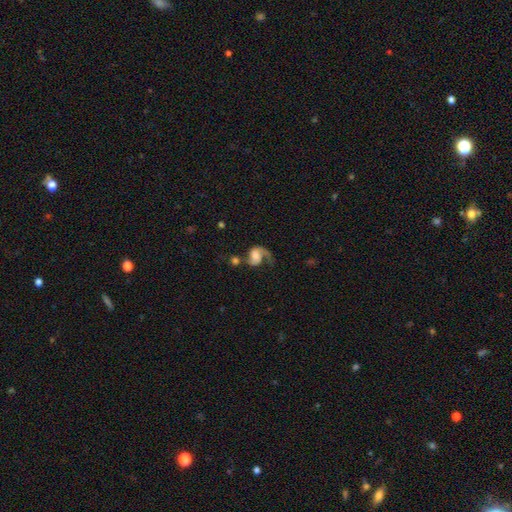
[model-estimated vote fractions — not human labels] A featured or disk galaxy (73%) with no bar (58%), 1 (51%) loose (50%) spiral arms (93%) and a moderate central bulge (37%).

Vote fractions:
- Smooth or featured? featured or disk: 73% / smooth: 19% / star or artifact: 8%
- Edge-on disk? no: 98% / yes: 2%
- Bar? no: 58% / weak: 33% / strong: 9%
- Spiral arms? yes: 93% / no: 7%
- Spiral winding? loose: 50% / medium: 38% / tight: 12%
- Spiral arm count? 1: 51% / 2: 44% / can't tell: 3% / 3: 1% / 4: 1% / more than 4: 1%
- Bulge size? moderate: 37% / small: 26% / large: 19% / none: 15% / dominant: 4%
- Merging? none: 36% / major disturbance: 32% / minor disturbance: 17% / merger: 15%